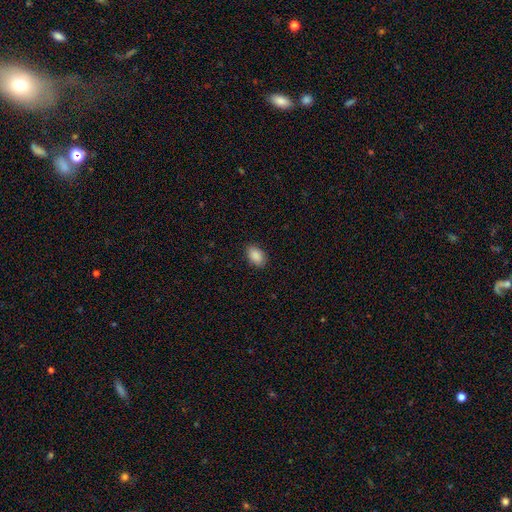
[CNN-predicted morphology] smooth_or_featured: smooth (p=0.89) [alt: star or artifact p=0.07]
how_rounded: in between (p=0.89) [alt: round p=0.10]
merging: none (p=0.88) [alt: minor disturbance p=0.09]